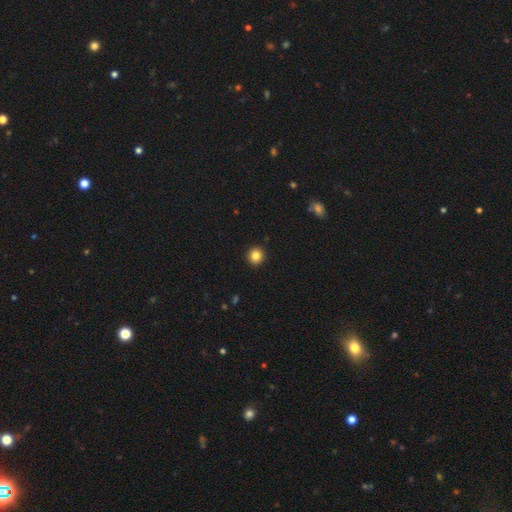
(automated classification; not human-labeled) Smooth or featured? Predicted: smooth (p=0.84). How rounded? Predicted: round (p=0.93). Merging? Predicted: none (p=0.93).